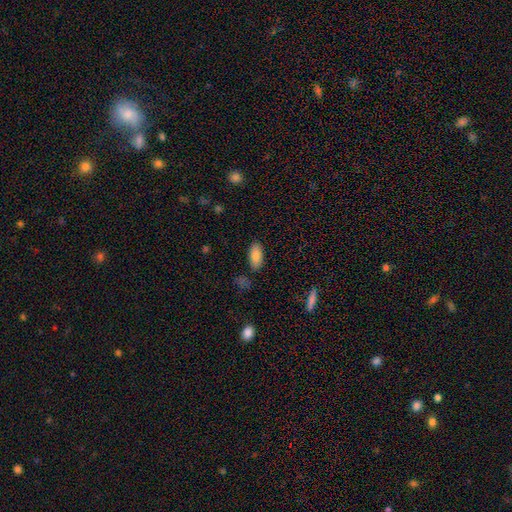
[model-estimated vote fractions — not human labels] Morphology: type=smooth (85%); roundness=in between (88%); merging=none (85%).